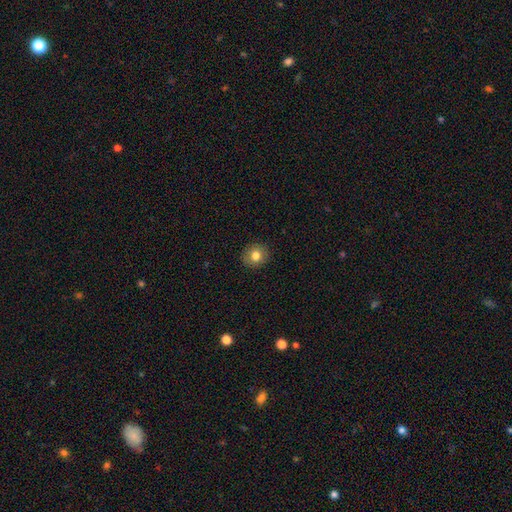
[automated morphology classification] smooth_or_featured: smooth (p=0.80) [alt: star or artifact p=0.10]
how_rounded: round (p=0.86) [alt: in between p=0.13]
merging: none (p=0.91) [alt: minor disturbance p=0.06]